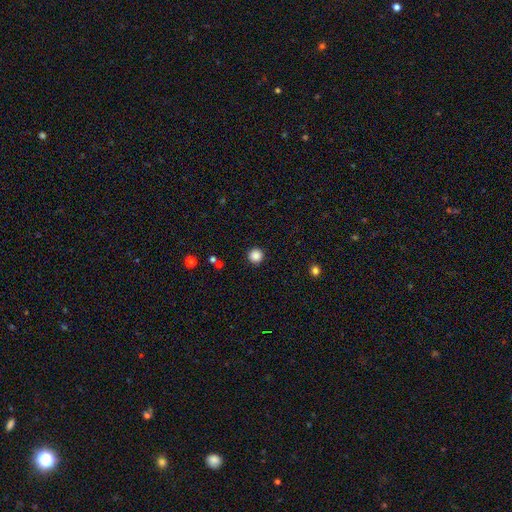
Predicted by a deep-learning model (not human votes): Q: Smooth or featured?
A: smooth (86%); runner-up: star or artifact (11%)
Q: How rounded?
A: round (96%); runner-up: in between (3%)
Q: Merging?
A: none (93%); runner-up: minor disturbance (4%)